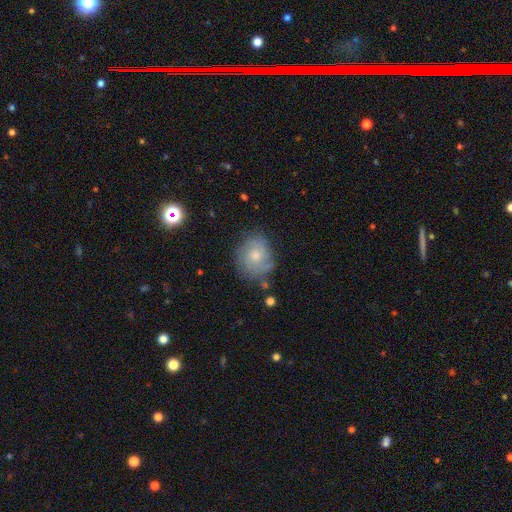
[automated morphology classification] featured or disk 52%, smooth 39%, star or artifact 8%. Down the decision tree: edge-on disk — no (97%); bar — no (80%); spiral arms — yes (81%); bulge size — moderate (53%); merging — none (70%).